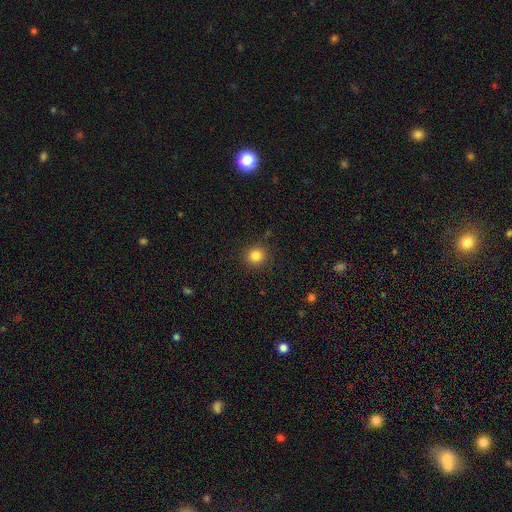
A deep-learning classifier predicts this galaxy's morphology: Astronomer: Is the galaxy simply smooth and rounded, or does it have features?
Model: smooth — 84%.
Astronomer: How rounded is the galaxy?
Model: round — 91%.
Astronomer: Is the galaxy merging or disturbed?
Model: none — 89%.